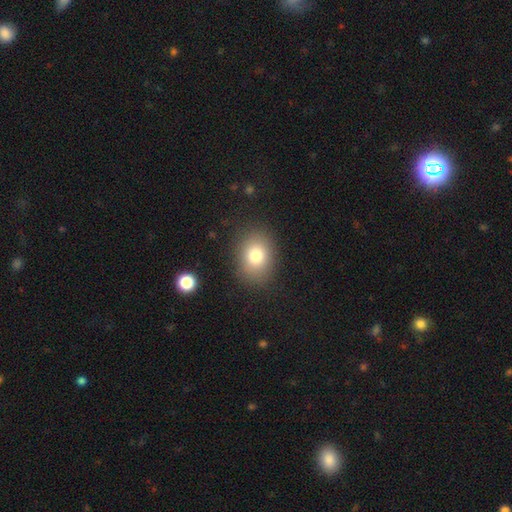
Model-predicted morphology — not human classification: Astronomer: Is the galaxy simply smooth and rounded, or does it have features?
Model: smooth — 79%.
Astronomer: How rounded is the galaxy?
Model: in between — 55% (runner-up: round, 44%).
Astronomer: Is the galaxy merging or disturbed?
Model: none — 86%.